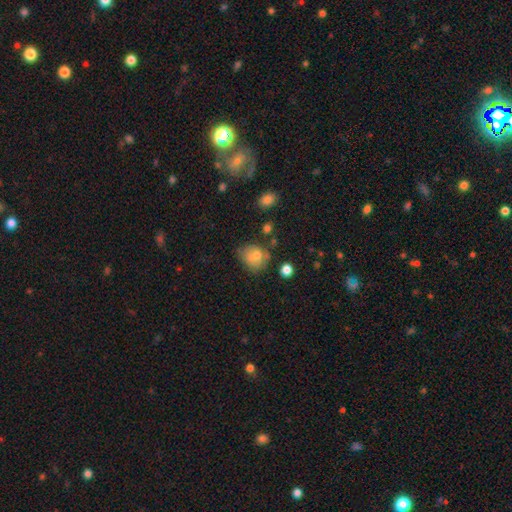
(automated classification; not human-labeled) Overall: smooth (72%). How rounded: round (59%; in between 40%). Merging: none (46%; minor disturbance 29%).